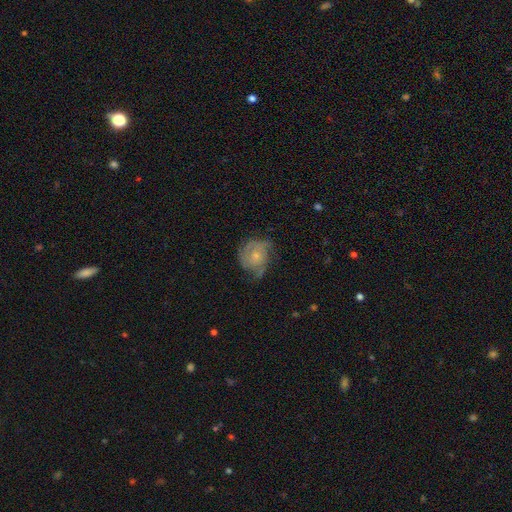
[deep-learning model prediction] Smooth or featured? featured or disk (62%)
Edge-on disk? no (97%)
Bar? no (81%)
Spiral arms? yes (80%)
Bulge size? small (52%)
Merging? none (52%)